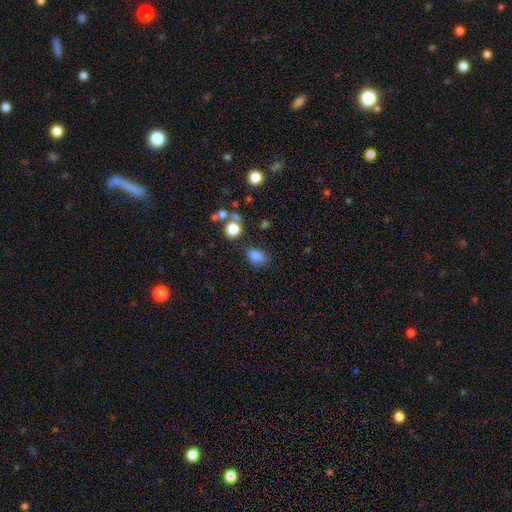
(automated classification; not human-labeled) smooth_or_featured: smooth (p=0.82) [alt: star or artifact p=0.13]
how_rounded: in between (p=0.76) [alt: round p=0.23]
merging: none (p=0.73) [alt: minor disturbance p=0.16]